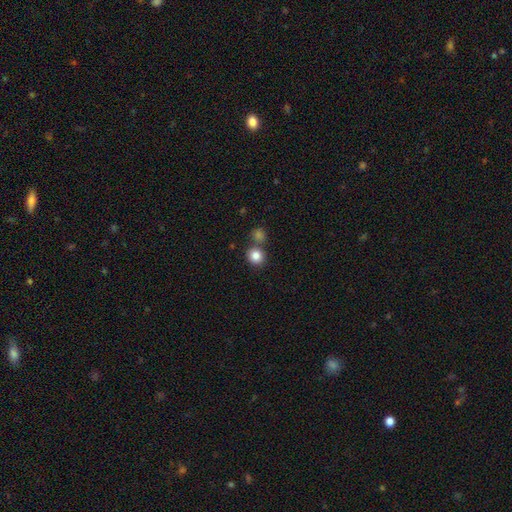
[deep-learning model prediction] Smooth or featured: smooth — 84% (star or artifact — 10%)
How rounded: round — 87% (in between — 12%)
Merging: none — 70% (merger — 20%)